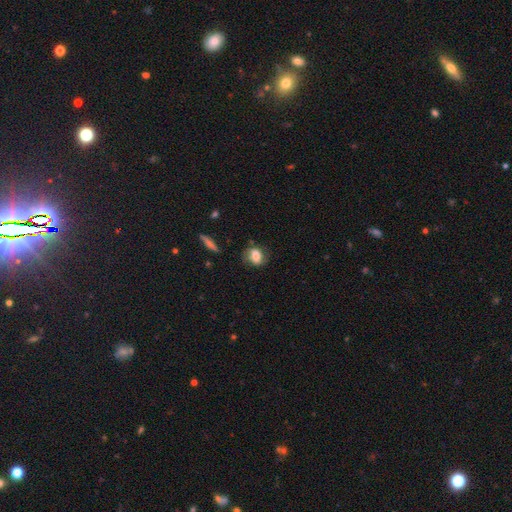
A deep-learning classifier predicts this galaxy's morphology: Smooth or featured: smooth — 73% (featured or disk — 19%)
How rounded: in between — 68% (round — 29%)
Merging: none — 63% (minor disturbance — 25%)